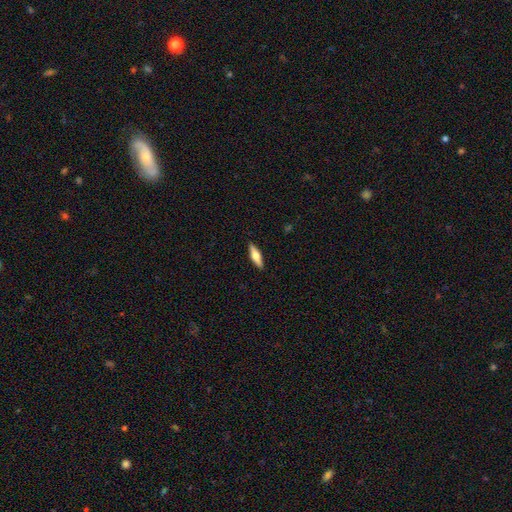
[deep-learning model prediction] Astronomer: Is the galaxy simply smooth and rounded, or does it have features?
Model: smooth — 50% (runner-up: featured or disk, 45%).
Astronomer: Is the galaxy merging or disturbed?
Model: none — 90%.